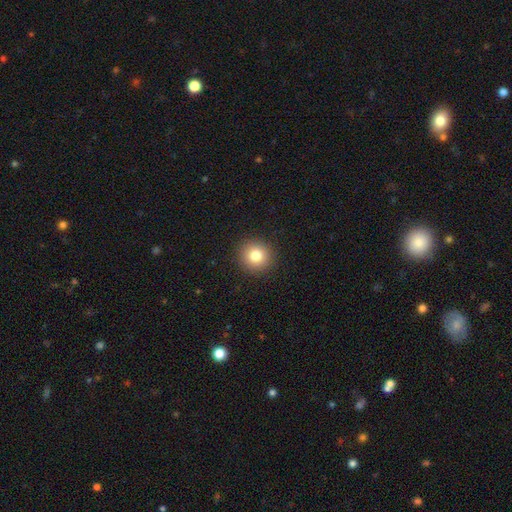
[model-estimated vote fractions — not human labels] smooth_or_featured: smooth (p=0.82) [alt: star or artifact p=0.10]
how_rounded: round (p=0.92) [alt: in between p=0.07]
merging: none (p=0.92) [alt: minor disturbance p=0.05]